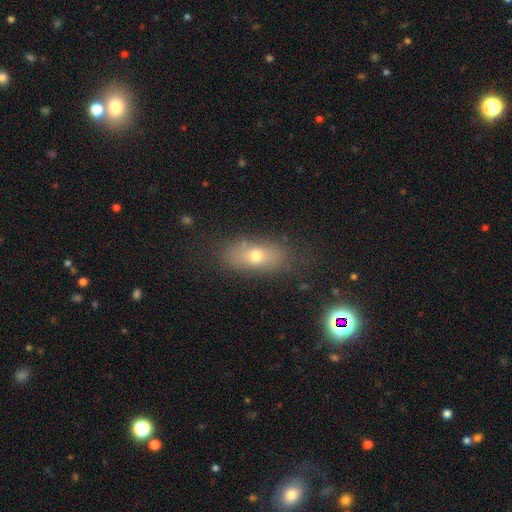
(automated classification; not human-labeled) Morphology: type=smooth (62%); roundness=in between (77%); merging=none (79%).